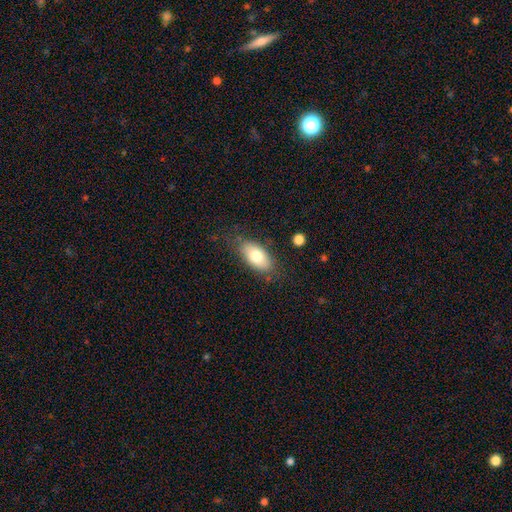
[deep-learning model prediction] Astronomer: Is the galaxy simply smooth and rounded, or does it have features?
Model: smooth — 76%.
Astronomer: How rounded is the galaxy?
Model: in between — 91%.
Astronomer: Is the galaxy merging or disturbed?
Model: none — 78%.